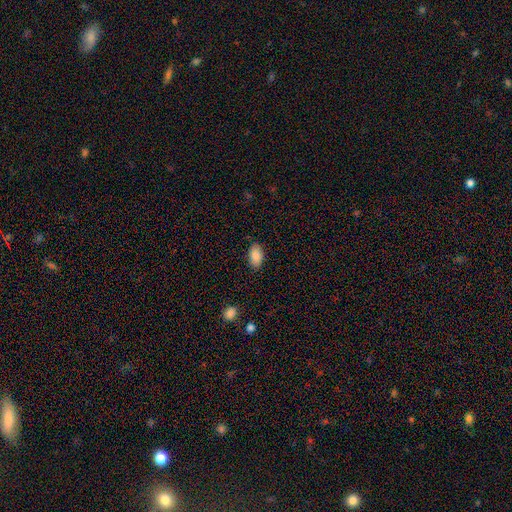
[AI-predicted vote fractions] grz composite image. It shows a smooth galaxy with no disk features (87%) that is in between round and cigar-shaped (94%). Merging: none (85%).